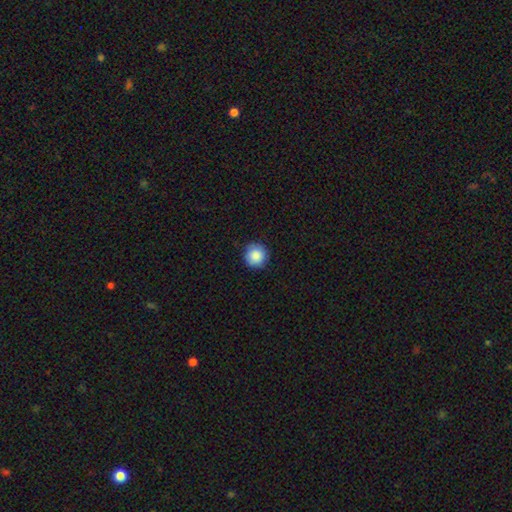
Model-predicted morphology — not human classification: The model was most divided on "merging": none: 87%, minor disturbance: 10%, major disturbance: 2%, merger: 1%. More confident: how rounded — round (95%); smooth or featured — smooth (86%).